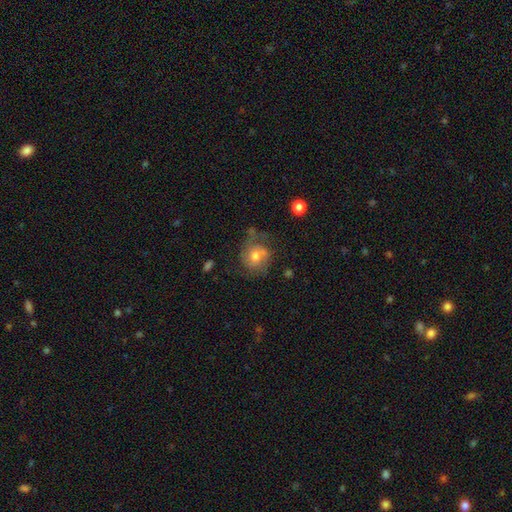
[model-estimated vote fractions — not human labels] Smooth or featured? featured or disk (47%)
Merging? none (53%)